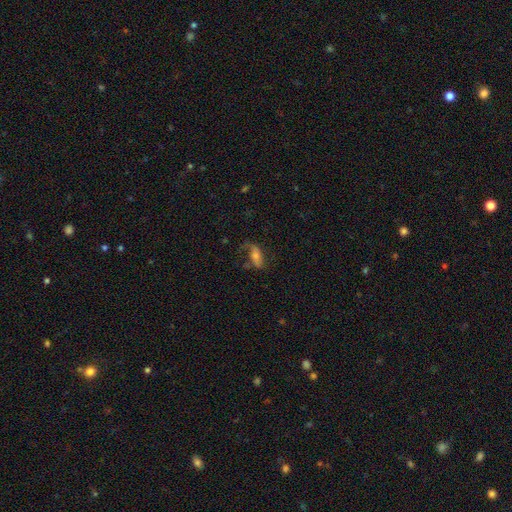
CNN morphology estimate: Q: Smooth or featured?
A: featured or disk (57%); runner-up: smooth (31%)
Q: Edge-on disk?
A: no (88%); runner-up: yes (12%)
Q: Bar?
A: no (45%); runner-up: weak (31%)
Q: Spiral arms?
A: yes (82%); runner-up: no (18%)
Q: Bulge size?
A: moderate (47%); runner-up: small (37%)
Q: Merging?
A: none (53%); runner-up: major disturbance (23%)